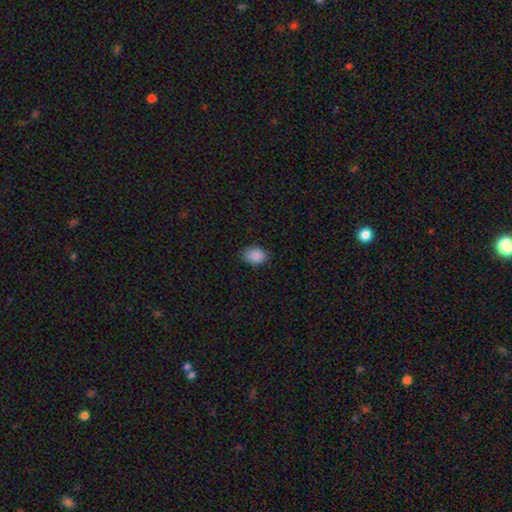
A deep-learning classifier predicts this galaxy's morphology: A smooth galaxy with no disk features (89%) that is in between round and cigar-shaped (73%).

Vote fractions:
- Smooth or featured? smooth: 89% / star or artifact: 8% / featured or disk: 3%
- How rounded? in between: 73% / round: 26% / cigar-shaped: 1%
- Merging? none: 82% / minor disturbance: 14% / major disturbance: 3% / merger: 1%